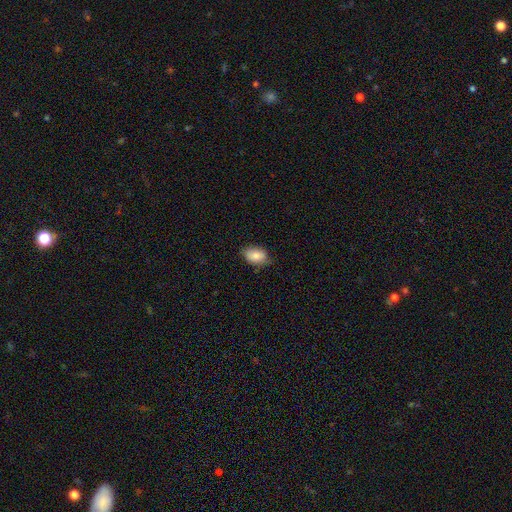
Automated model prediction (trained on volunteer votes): This is clearly a smooth galaxy (82%). How rounded: clearly in between (86%). Merging: likely none (71%).